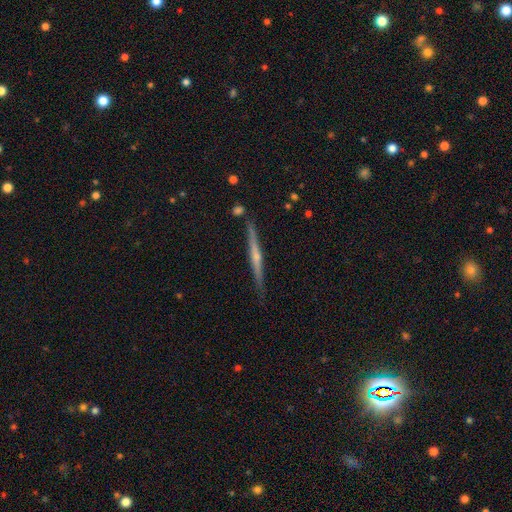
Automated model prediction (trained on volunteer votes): featured or disk 70%, smooth 24%, star or artifact 6%. Down the decision tree: edge-on disk — yes (98%); edge-on bulge — rounded (59%); merging — none (86%).